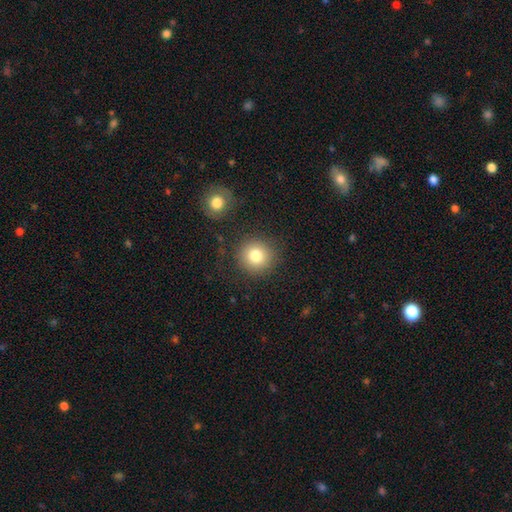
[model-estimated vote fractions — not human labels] This is likely a smooth galaxy (80%). How rounded: clearly round (93%). Merging: clearly none (85%).